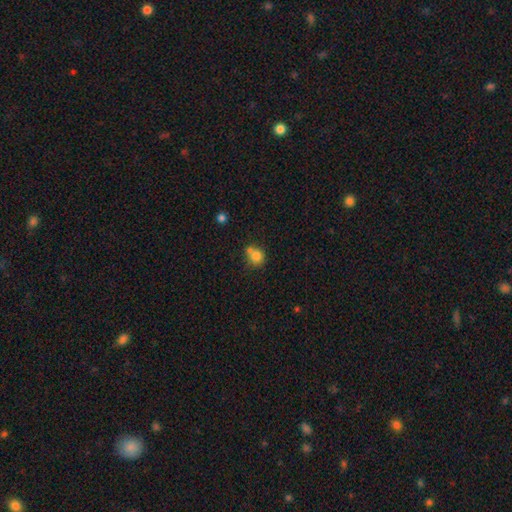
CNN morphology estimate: type=smooth (80%); roundness=round (82%); merging=none (49%).